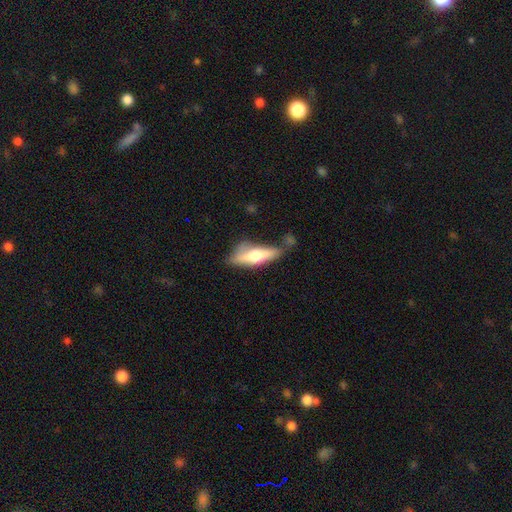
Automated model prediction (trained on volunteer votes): This is possibly a smooth galaxy (49%). Merging: possibly none (52%).